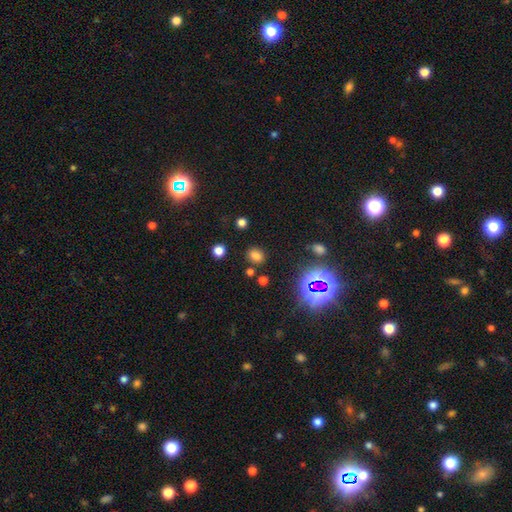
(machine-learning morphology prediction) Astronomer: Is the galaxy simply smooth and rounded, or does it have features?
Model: smooth — 70%.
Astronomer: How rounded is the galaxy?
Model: round — 51% (runner-up: in between, 47%).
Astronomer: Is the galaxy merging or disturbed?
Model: none — 83%.